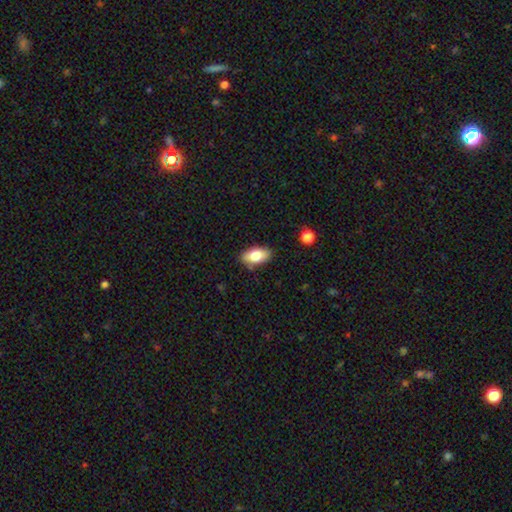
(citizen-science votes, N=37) This appears to be a smooth galaxy with no disk features (73%) that is in between round and cigar-shaped (100%). Merging: none (86%).